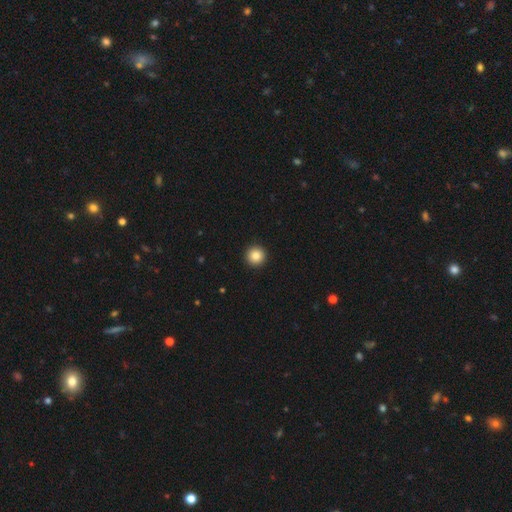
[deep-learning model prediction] The model was most divided on "smooth or featured": smooth: 85%, star or artifact: 9%, featured or disk: 6%. More confident: how rounded — round (97%); merging — none (94%).